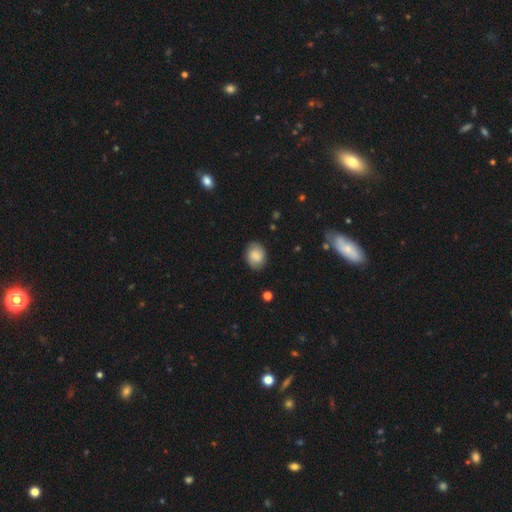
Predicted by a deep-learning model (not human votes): Smooth or featured? smooth (77%)
How rounded? in between (55%)
Merging? none (84%)